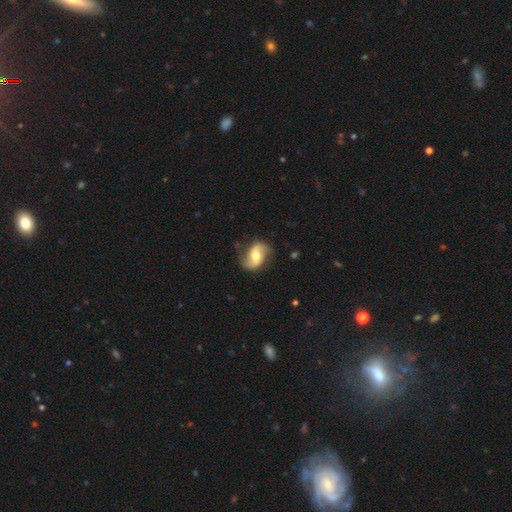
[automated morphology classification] This appears to be a featured or disk galaxy (71%) with no bar (49%), 2 (91%) loose (66%) spiral arms (91%) and a moderate central bulge (69%). Merging: none (77%).